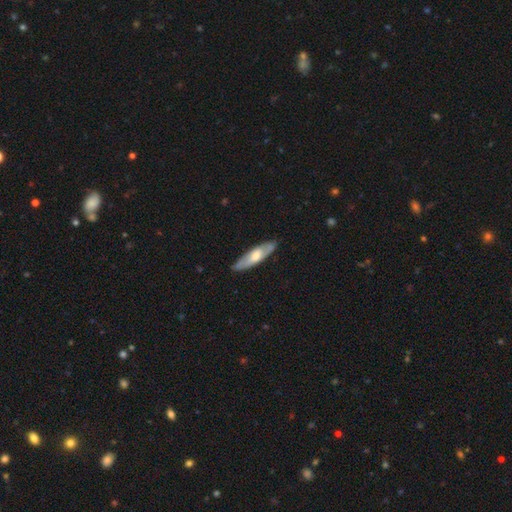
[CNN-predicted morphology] smooth_or_featured: featured or disk (p=0.49) [alt: smooth p=0.46]
merging: none (p=0.83) [alt: minor disturbance p=0.13]